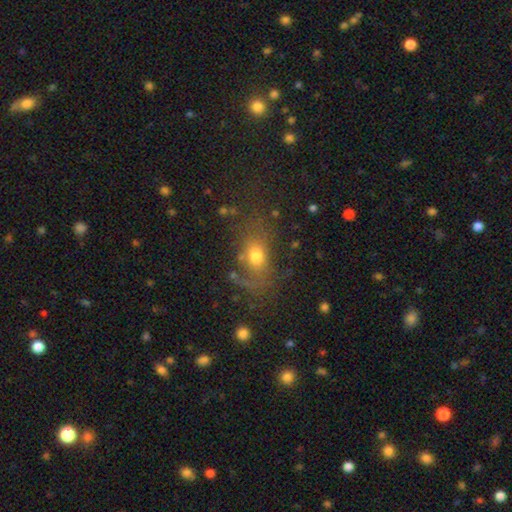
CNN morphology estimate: The model was most divided on "how rounded": in between: 66%, round: 30%, cigar-shaped: 4%. More confident: smooth or featured — smooth (61%); merging — none (61%).